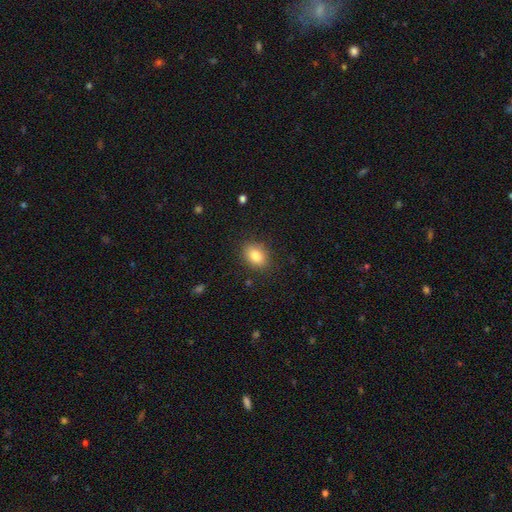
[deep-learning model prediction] smooth-or-featured: smooth: 84% | star or artifact: 9% | featured or disk: 8%
  how-rounded: in between: 73% | round: 26% | cigar-shaped: 1%
  merging: none: 85% | minor disturbance: 11% | major disturbance: 3% | merger: 1%